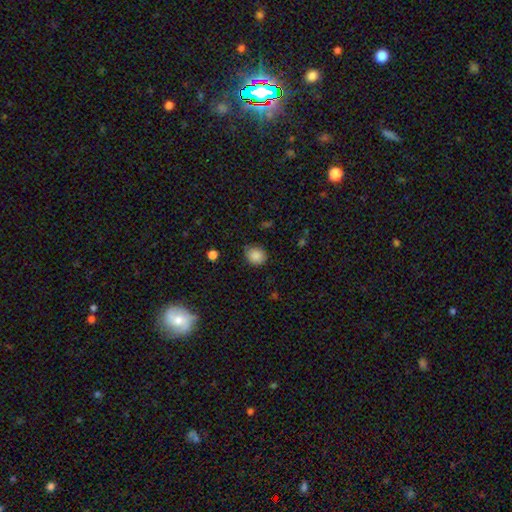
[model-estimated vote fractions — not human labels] Smooth or featured: smooth — 86% (star or artifact — 10%)
How rounded: round — 72% (in between — 27%)
Merging: none — 78% (minor disturbance — 17%)